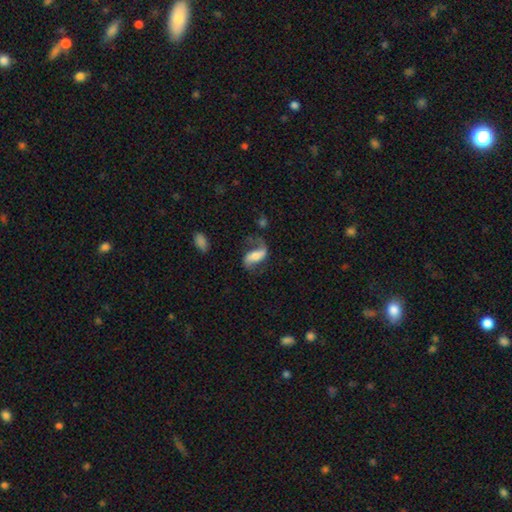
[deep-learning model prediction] A featured or disk galaxy (77%) with a strong bar (35%, tied with weak), 2 (88%) loose (74%) spiral arms (93%) and a moderate central bulge (42%). Merging: none (61%).